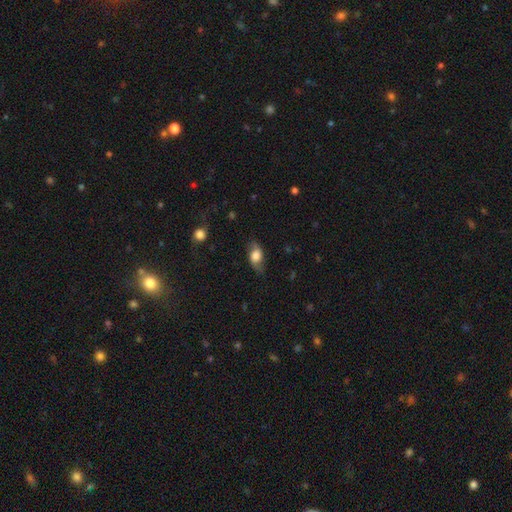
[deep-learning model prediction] A smooth galaxy with no disk features (57%) that is in between round and cigar-shaped (82%).

Vote fractions:
- Smooth or featured? smooth: 57% / featured or disk: 36% / star or artifact: 8%
- How rounded? in between: 82% / round: 12% / cigar-shaped: 6%
- Merging? none: 73% / minor disturbance: 20% / major disturbance: 6% / merger: 1%